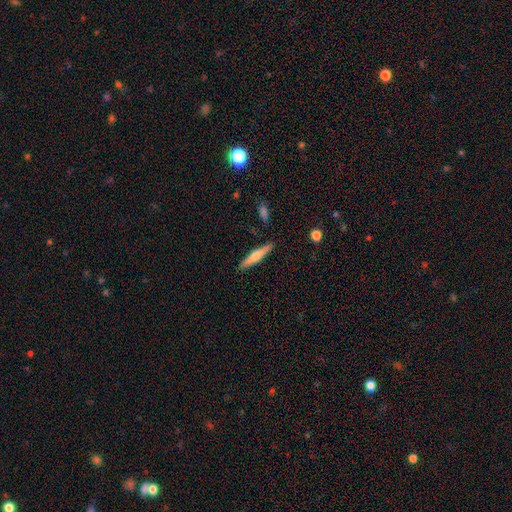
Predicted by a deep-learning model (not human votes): The model was most divided on "smooth or featured": smooth: 55%, featured or disk: 40%, star or artifact: 6%. More confident: merging — none (89%); how rounded — cigar-shaped (89%).